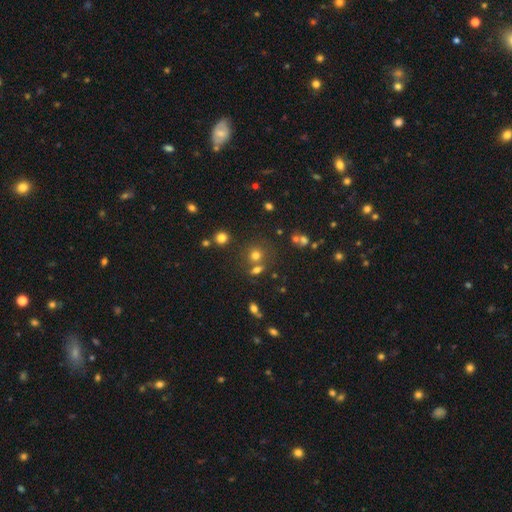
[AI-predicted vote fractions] smooth-or-featured: smooth: 68% | star or artifact: 22% | featured or disk: 10%
  how-rounded: round: 83% | in between: 16% | cigar-shaped: 1%
  merging: none: 61% | merger: 25% | minor disturbance: 10% | major disturbance: 4%